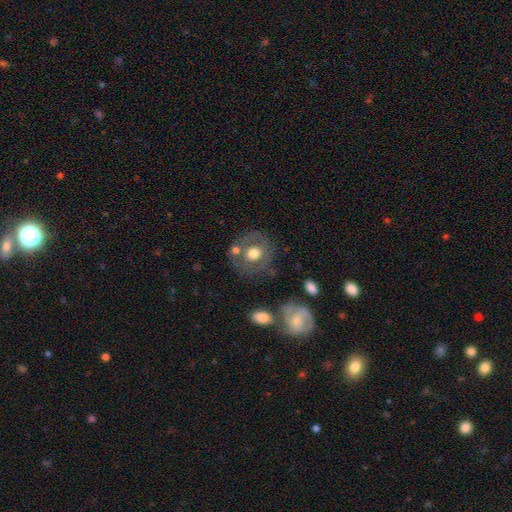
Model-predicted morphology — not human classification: A featured or disk galaxy (46%). Merging: none (72%).